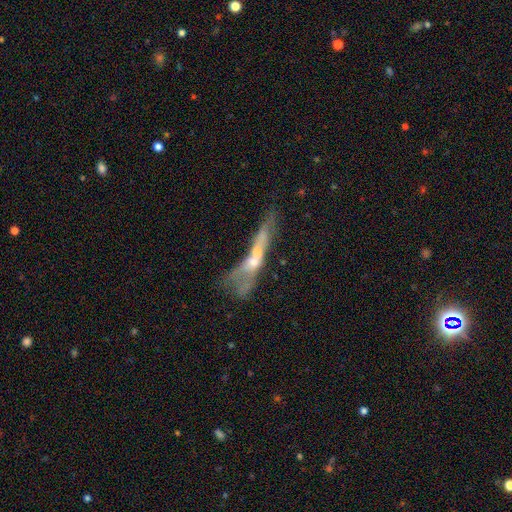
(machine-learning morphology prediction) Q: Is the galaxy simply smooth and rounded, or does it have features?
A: featured or disk — 57%.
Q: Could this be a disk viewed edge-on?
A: no — 50%, tied with yes.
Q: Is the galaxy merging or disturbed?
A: merger — 35%.